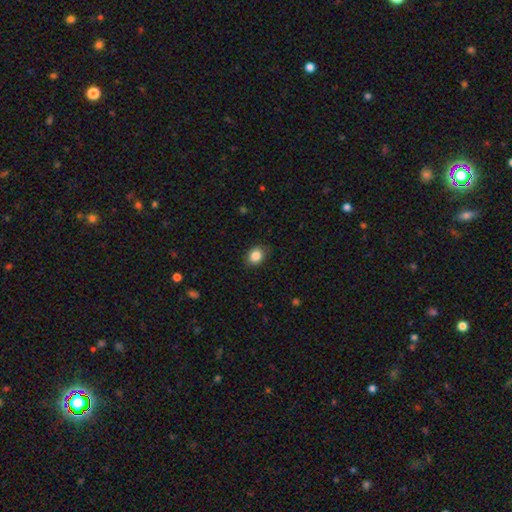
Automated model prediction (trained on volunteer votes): Smooth or featured? smooth (86%)
How rounded? round (52%)
Merging? none (84%)